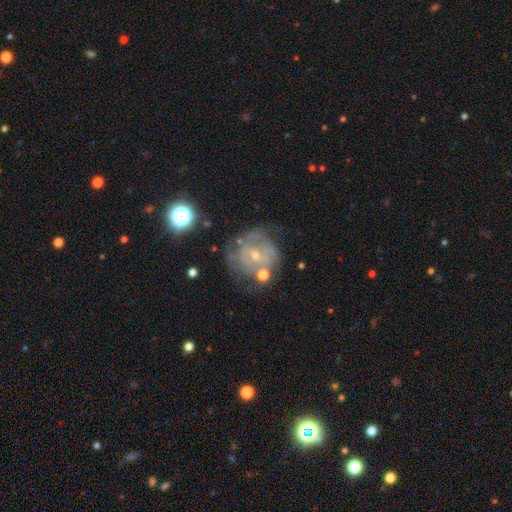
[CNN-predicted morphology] The model was most divided on "spiral winding": tight: 59%, medium: 30%, loose: 11%. More confident: edge-on disk — no (97%); spiral arms — yes (73%); smooth or featured — featured or disk (72%); bulge size — small (68%); bar — no (62%); merging — none (55%); spiral arm count — can't tell (53%).